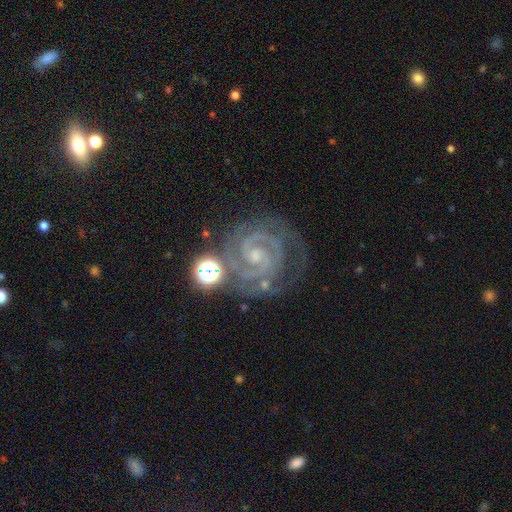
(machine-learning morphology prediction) This is clearly a featured or disk galaxy (91%). It is clearly not viewed edge-on (98%). Bar: possibly no (50%). Spiral arm pattern: clearly yes (99%). Spiral arm count: likely 2 (74%). Spiral winding: likely tight (69%). Central bulge: possibly small (54%). Merging: likely none (64%).